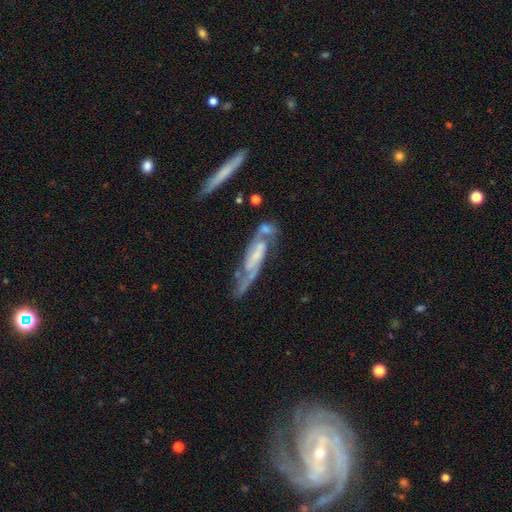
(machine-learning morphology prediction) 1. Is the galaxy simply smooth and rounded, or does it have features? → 81% featured or disk, 13% smooth, 6% star or artifact.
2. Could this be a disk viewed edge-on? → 76% no, 24% yes.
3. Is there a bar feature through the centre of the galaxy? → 42% no, 39% weak, 19% strong.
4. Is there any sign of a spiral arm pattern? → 92% yes, 8% no.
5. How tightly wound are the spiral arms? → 48% medium, 30% tight, 23% loose.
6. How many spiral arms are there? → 77% 2, 13% can't tell, 4% 1, 3% 3, 1% 4, 1% more than 4.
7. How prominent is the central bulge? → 51% small, 23% none, 22% moderate, 4% large, 1% dominant.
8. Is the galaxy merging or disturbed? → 52% none, 19% minor disturbance, 18% merger, 11% major disturbance.